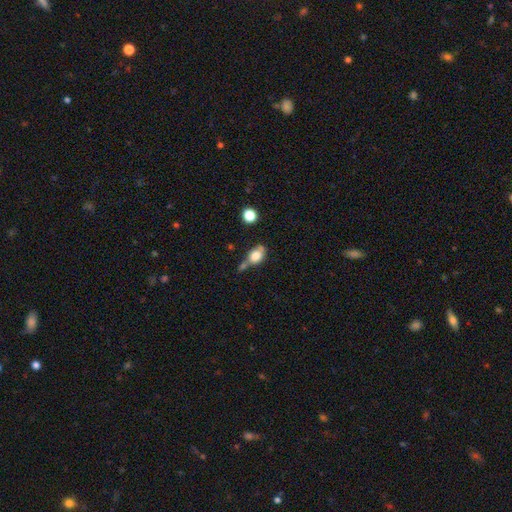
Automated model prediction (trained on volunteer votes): Smooth or featured? Predicted: smooth (p=0.75). How rounded? Predicted: in between (p=0.71). Merging? Predicted: none (p=0.37).